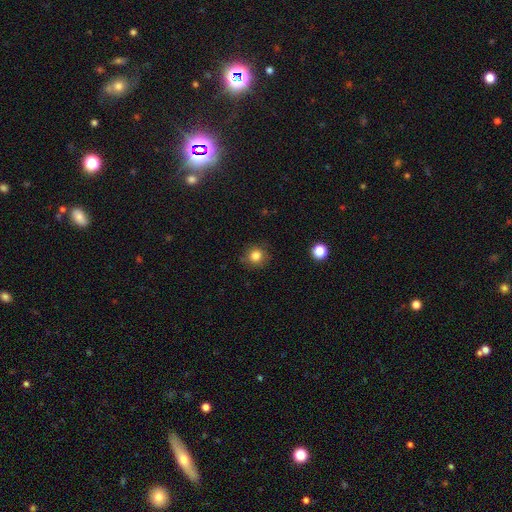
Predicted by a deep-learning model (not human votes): Smooth or featured? Predicted: smooth (p=0.83). How rounded? Predicted: round (p=0.88). Merging? Predicted: none (p=0.82).